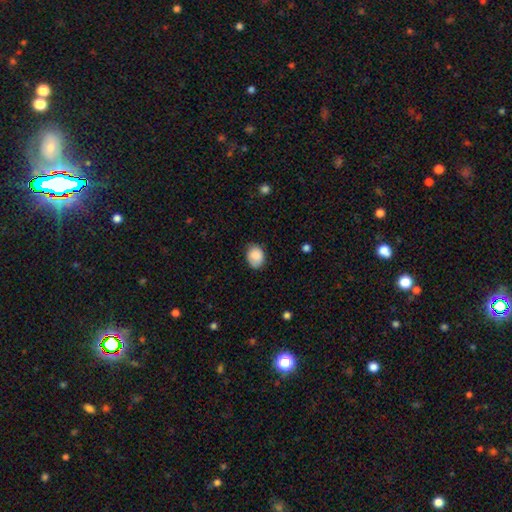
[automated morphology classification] Overall: smooth (87%). How rounded: in between (57%; round 42%). Merging: none (73%).